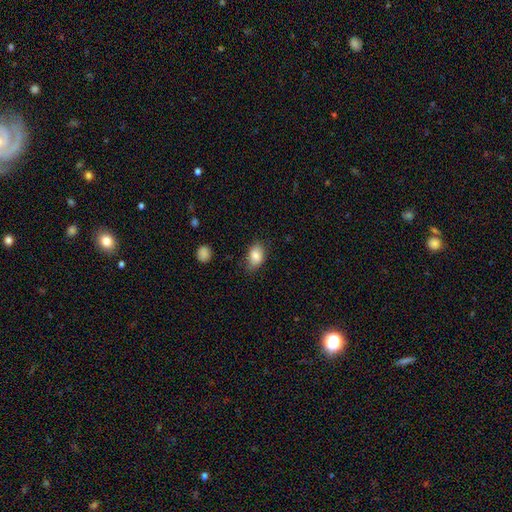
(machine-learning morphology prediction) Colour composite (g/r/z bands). It shows a smooth galaxy with no disk features (85%) that is in between round and cigar-shaped (84%). Merging: none (75%).